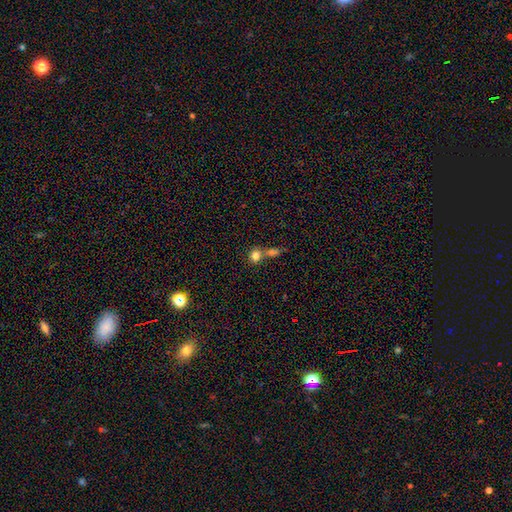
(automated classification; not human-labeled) smooth 81%, star or artifact 11%, featured or disk 8%. Down the decision tree: how rounded — round (77%); merging — merger (45%).